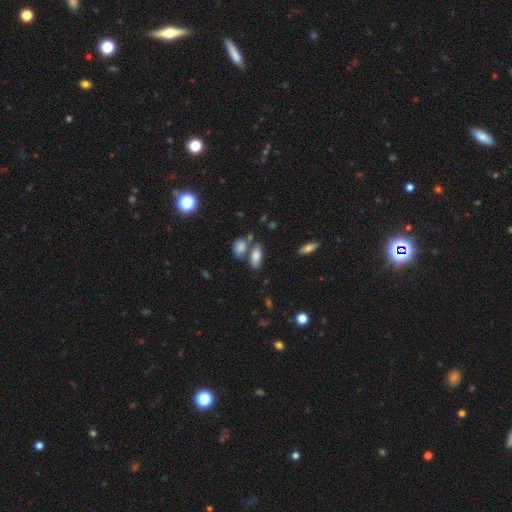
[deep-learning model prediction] This is clearly a smooth galaxy (80%). How rounded: clearly in between (84%). Merging: possibly none (59%).